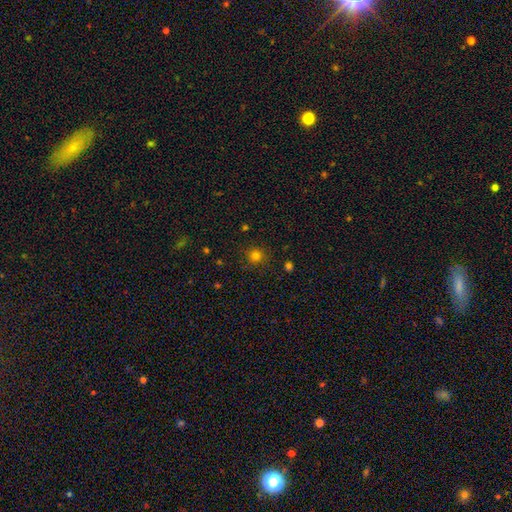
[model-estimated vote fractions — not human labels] Smooth or featured?
  - smooth: 78% *
  - star or artifact: 16%
  - featured or disk: 5%
How rounded?
  - round: 93% *
  - in between: 6%
  - cigar-shaped: 1%
Merging?
  - none: 88% *
  - minor disturbance: 8%
  - major disturbance: 3%
  - merger: 1%